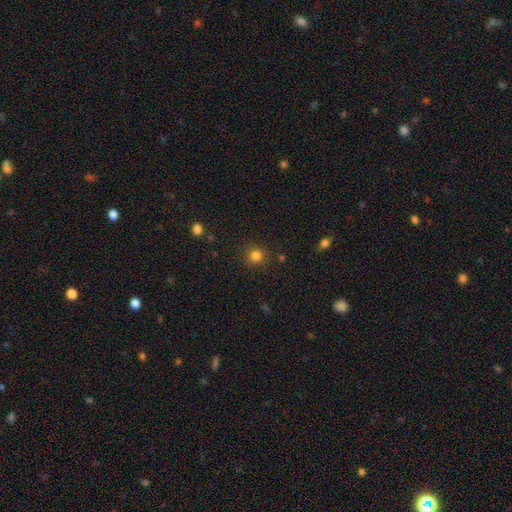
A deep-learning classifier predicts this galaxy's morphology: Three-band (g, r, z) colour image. It shows a smooth galaxy with no disk features (81%) that is round (93%). Merging: none (88%).